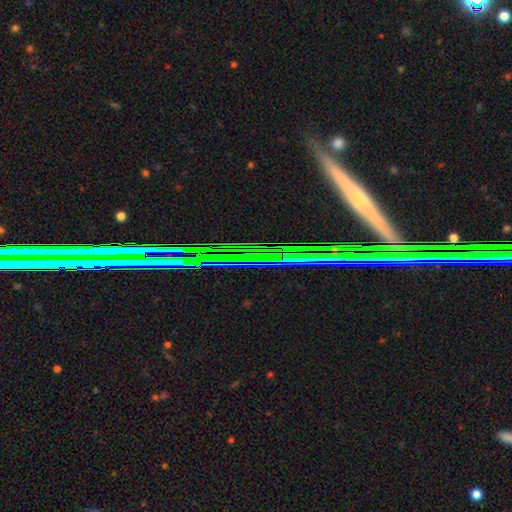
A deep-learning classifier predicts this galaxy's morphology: Overall: featured or disk (49%; star or artifact 38%). Merging: none (71%).